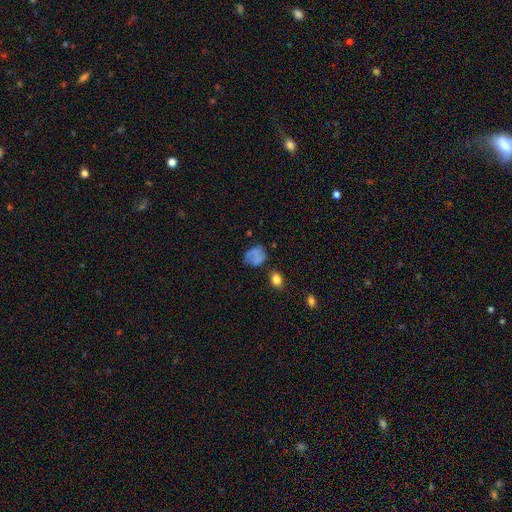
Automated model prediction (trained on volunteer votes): A smooth galaxy with no disk features (61%) that is in between round and cigar-shaped (52%).

Vote fractions:
- Smooth or featured? smooth: 61% / featured or disk: 26% / star or artifact: 13%
- How rounded? in between: 52% / round: 47% / cigar-shaped: 1%
- Merging? none: 47% / minor disturbance: 28% / major disturbance: 19% / merger: 6%